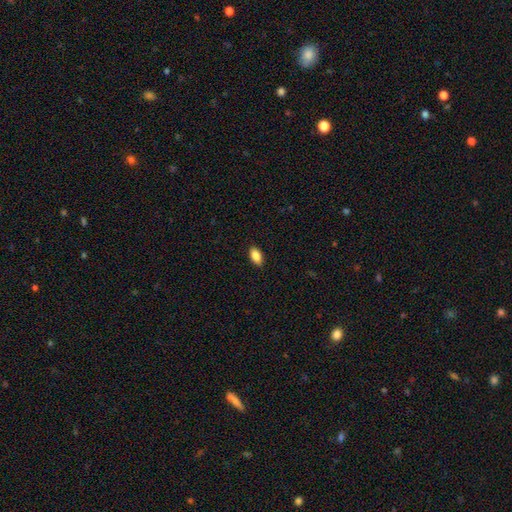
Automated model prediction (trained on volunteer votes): The model was most divided on "smooth or featured": smooth: 87%, star or artifact: 7%, featured or disk: 6%. More confident: how rounded — in between (92%); merging — none (89%).